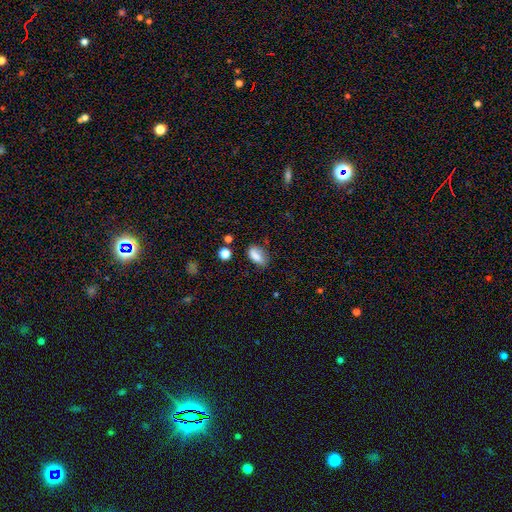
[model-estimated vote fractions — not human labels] Morphology: type=smooth (80%); roundness=in between (86%); merging=none (61%).